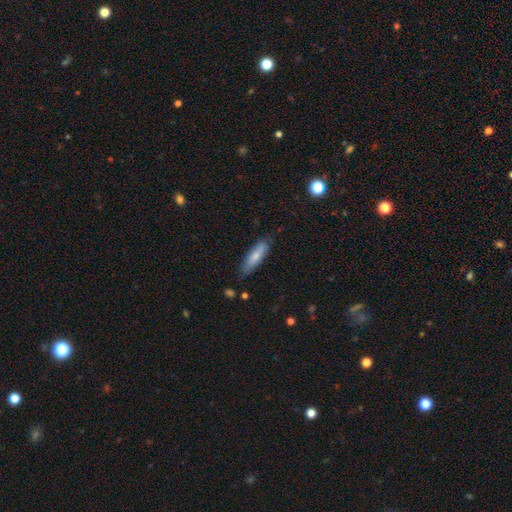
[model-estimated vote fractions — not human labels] This is likely a smooth galaxy (76%). How rounded: likely cigar-shaped (61%). Merging: likely none (76%).